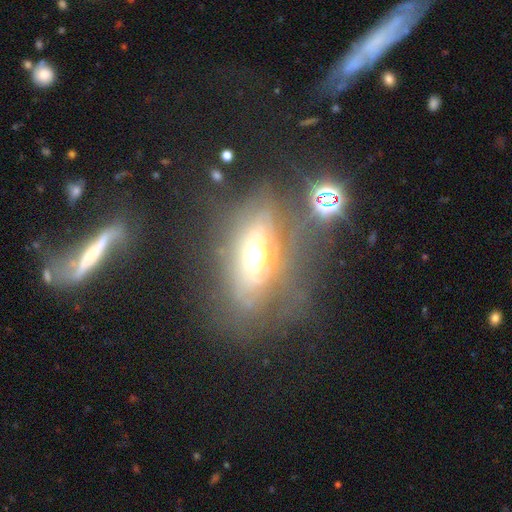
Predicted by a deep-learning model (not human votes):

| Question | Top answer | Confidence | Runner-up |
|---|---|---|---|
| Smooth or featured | featured or disk | 58% | smooth (29%) |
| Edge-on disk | no | 66% | yes (34%) |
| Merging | none | 50% | minor disturbance (21%) |